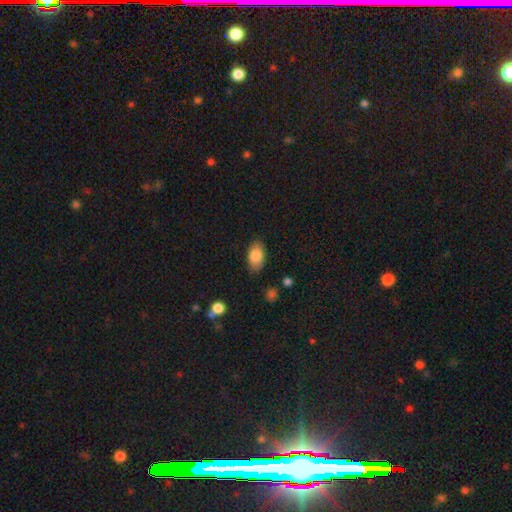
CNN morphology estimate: Smooth or featured? Predicted: smooth (p=0.83). How rounded? Predicted: in between (p=0.92). Merging? Predicted: none (p=0.82).